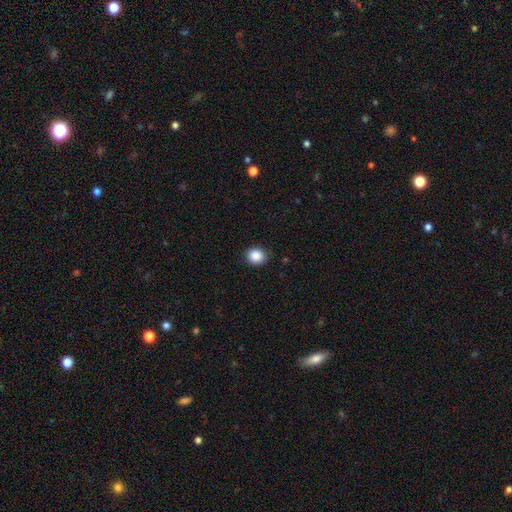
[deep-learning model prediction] smooth 88%, star or artifact 9%, featured or disk 3%. Down the decision tree: how rounded — round (73%); merging — none (87%).